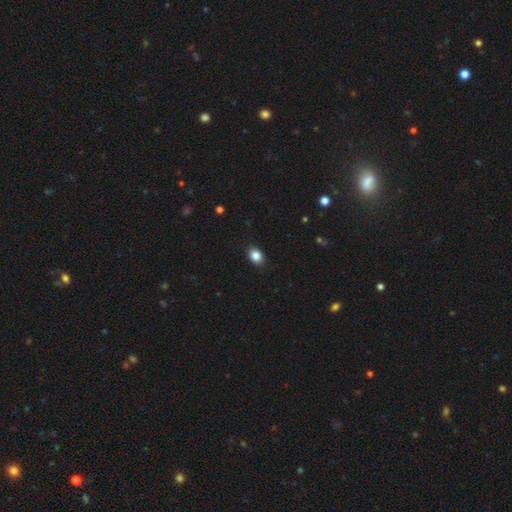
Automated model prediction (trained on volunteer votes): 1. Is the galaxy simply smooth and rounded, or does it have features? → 85% smooth, 9% star or artifact, 5% featured or disk.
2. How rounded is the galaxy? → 70% in between, 29% round, 1% cigar-shaped.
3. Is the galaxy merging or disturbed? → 89% none, 8% minor disturbance, 2% major disturbance, 1% merger.